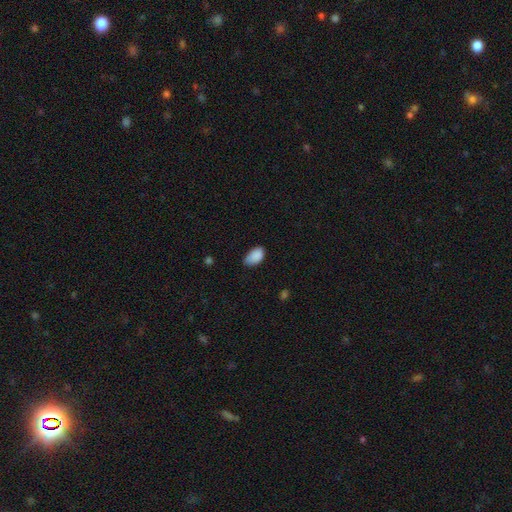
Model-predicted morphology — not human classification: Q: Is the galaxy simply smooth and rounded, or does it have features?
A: smooth — 88%.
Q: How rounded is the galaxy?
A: in between — 92%.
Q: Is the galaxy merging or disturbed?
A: none — 59%.